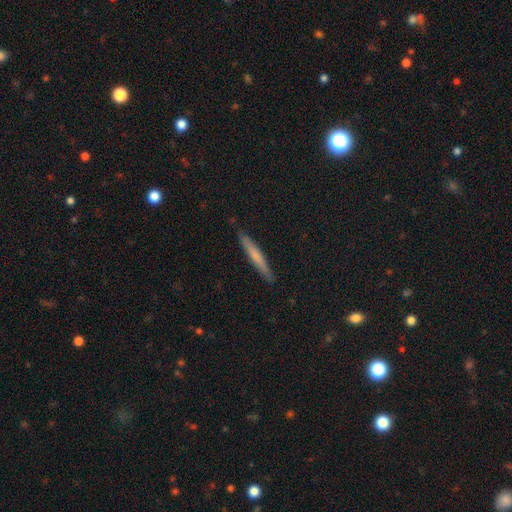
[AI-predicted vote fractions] The model was most divided on "smooth or featured": smooth: 60%, featured or disk: 35%, star or artifact: 6%. More confident: how rounded — cigar-shaped (96%); merging — none (90%).